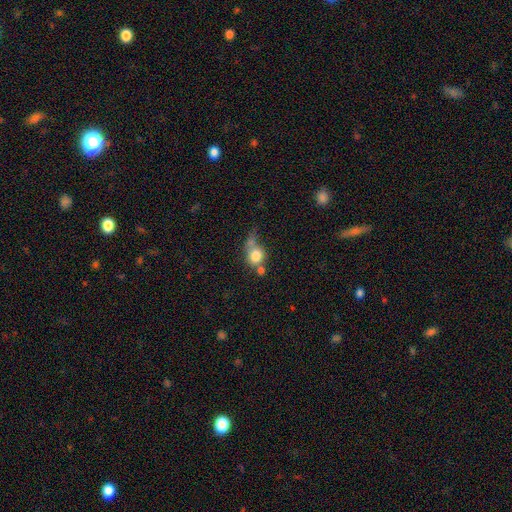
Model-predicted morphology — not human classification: smooth 74%, featured or disk 16%, star or artifact 10%. Down the decision tree: how rounded — round (61%); merging — merger (34%).